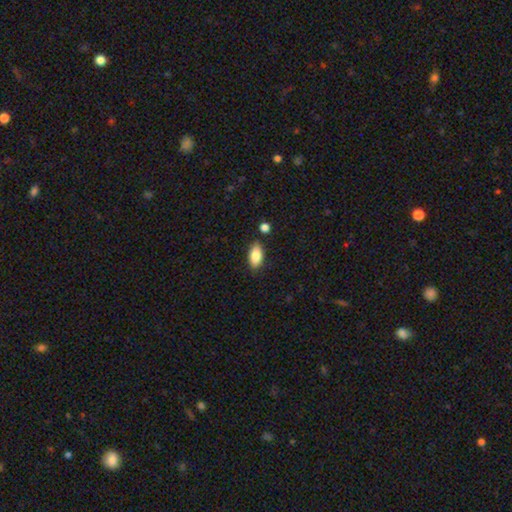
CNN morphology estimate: Smooth or featured?
  - smooth: 84% *
  - featured or disk: 9%
  - star or artifact: 7%
How rounded?
  - in between: 91% *
  - cigar-shaped: 5%
  - round: 4%
Merging?
  - none: 83% *
  - minor disturbance: 11%
  - merger: 4%
  - major disturbance: 2%